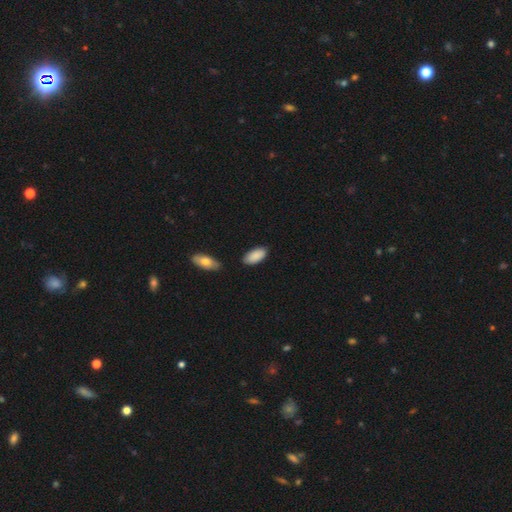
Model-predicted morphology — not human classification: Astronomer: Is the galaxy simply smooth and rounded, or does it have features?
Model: smooth — 89%.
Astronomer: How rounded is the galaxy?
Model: in between — 92%.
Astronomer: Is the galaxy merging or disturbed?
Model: none — 80%.